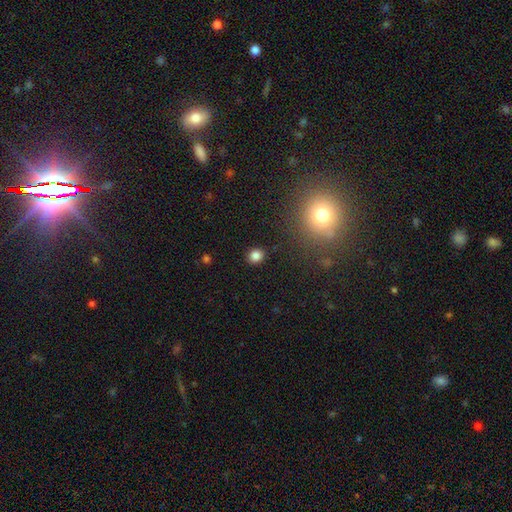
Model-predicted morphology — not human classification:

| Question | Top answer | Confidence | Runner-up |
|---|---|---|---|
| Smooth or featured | smooth | 83% | star or artifact (12%) |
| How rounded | round | 77% | in between (22%) |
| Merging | none | 90% | minor disturbance (7%) |